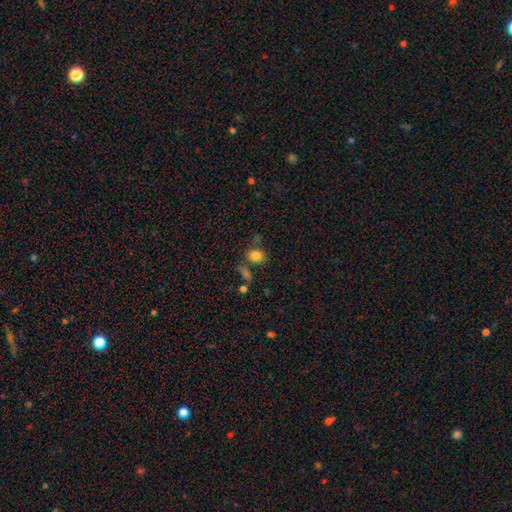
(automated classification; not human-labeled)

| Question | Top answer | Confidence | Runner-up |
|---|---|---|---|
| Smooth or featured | smooth | 81% | star or artifact (11%) |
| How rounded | round | 58% | in between (41%) |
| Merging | none | 66% | minor disturbance (15%) |